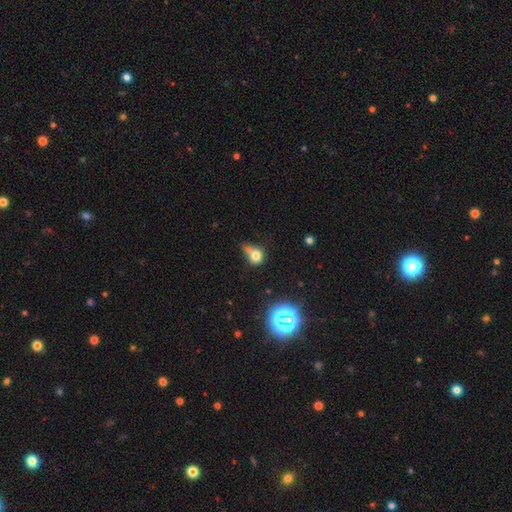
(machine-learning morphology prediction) Smooth or featured?
  - smooth: 68% *
  - star or artifact: 17%
  - featured or disk: 15%
How rounded?
  - round: 67% *
  - in between: 30%
  - cigar-shaped: 2%
Merging?
  - none: 31% *
  - minor disturbance: 26%
  - merger: 23%
  - major disturbance: 19%